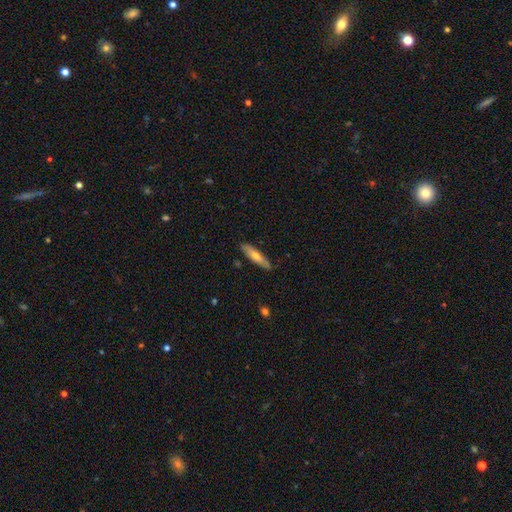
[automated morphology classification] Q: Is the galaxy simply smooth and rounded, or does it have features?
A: smooth — 62%.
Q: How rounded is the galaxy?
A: cigar-shaped — 77%.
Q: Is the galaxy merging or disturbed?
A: none — 84%.